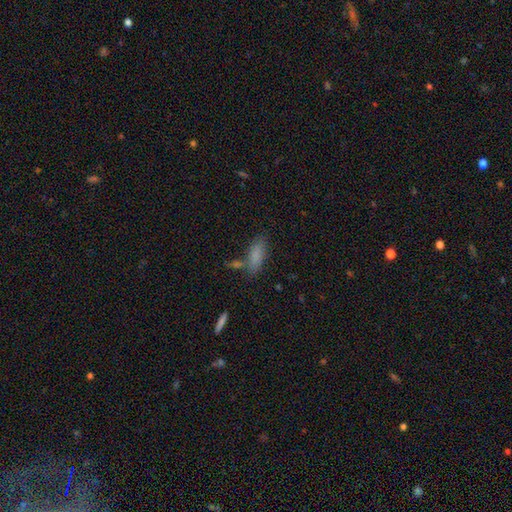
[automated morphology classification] Smooth or featured? smooth (82%)
How rounded? in between (64%)
Merging? none (64%)